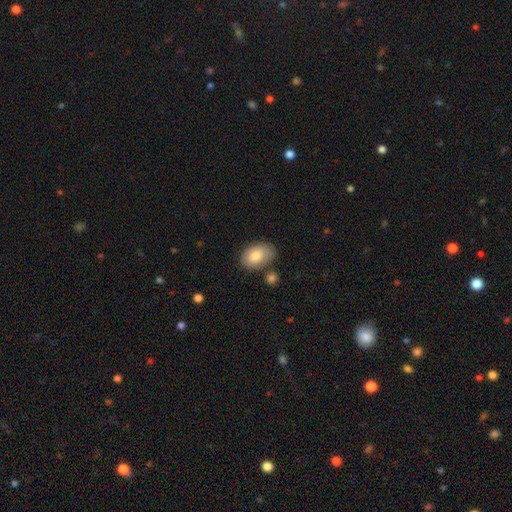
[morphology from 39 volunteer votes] Q: Smooth or featured?
A: smooth (85%); runner-up: featured or disk (13%)
Q: How rounded?
A: in between (82%); runner-up: round (18%)
Q: Merging?
A: none (68%); runner-up: minor disturbance (24%)